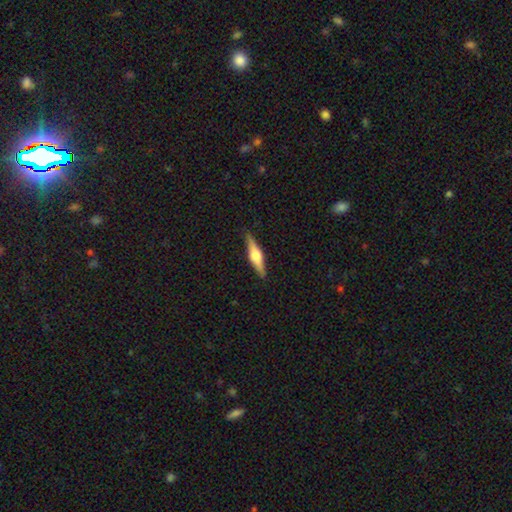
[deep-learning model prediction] A featured or disk galaxy (65%) viewed edge-on (97%) with a rounded central bulge (91%). Merging: none (90%).